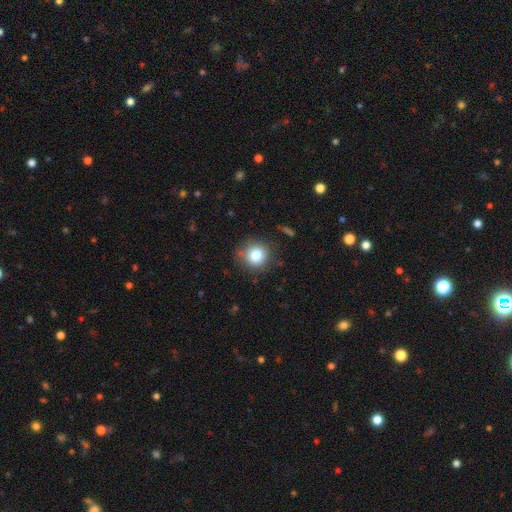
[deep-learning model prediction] The model was most divided on "smooth or featured": smooth: 80%, star or artifact: 12%, featured or disk: 8%. More confident: how rounded — round (92%); merging — none (86%).